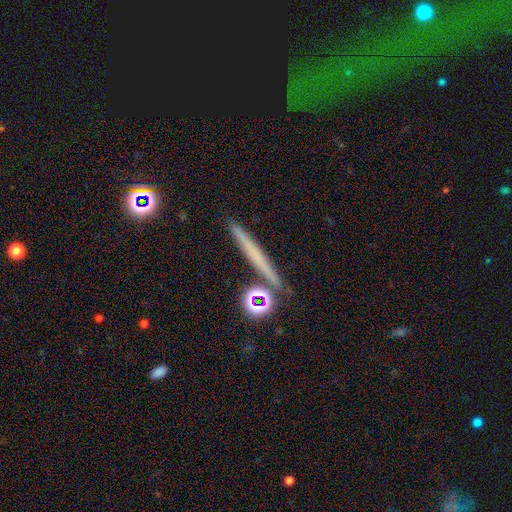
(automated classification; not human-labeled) This appears to be a smooth galaxy with no disk features (44%). Merging: none (85%).